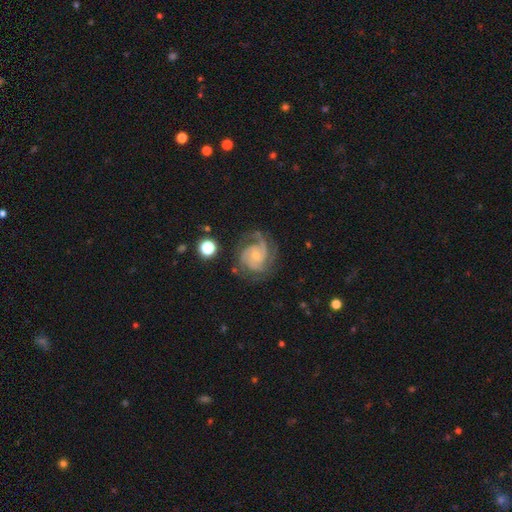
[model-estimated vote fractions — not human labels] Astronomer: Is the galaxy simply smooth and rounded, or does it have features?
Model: featured or disk — 89%.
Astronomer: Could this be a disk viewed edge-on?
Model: no — 98%.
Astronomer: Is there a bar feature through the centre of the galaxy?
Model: no — 66%.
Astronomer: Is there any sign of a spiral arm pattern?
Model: yes — 98%.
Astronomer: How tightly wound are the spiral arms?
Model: tight — 53% (runner-up: medium, 39%).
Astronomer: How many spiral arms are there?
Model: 3 — 36% (runner-up: 2, 35%).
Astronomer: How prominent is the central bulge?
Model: small — 62%.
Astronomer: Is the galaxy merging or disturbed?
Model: none — 67%.